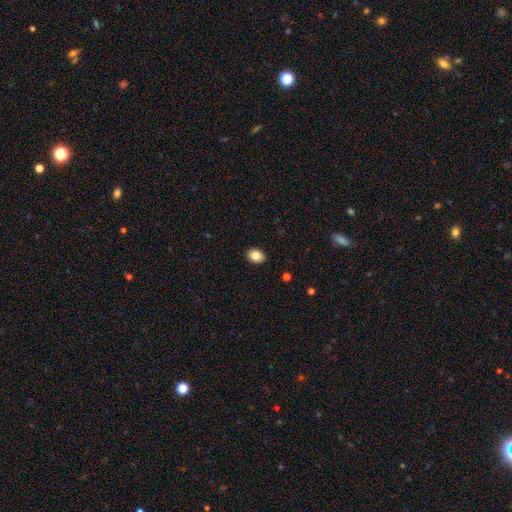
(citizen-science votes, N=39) Smooth or featured: smooth — 90% (featured or disk — 8%)
How rounded: in between — 80% (round — 20%)
Merging: none — 92% (minor disturbance — 8%)